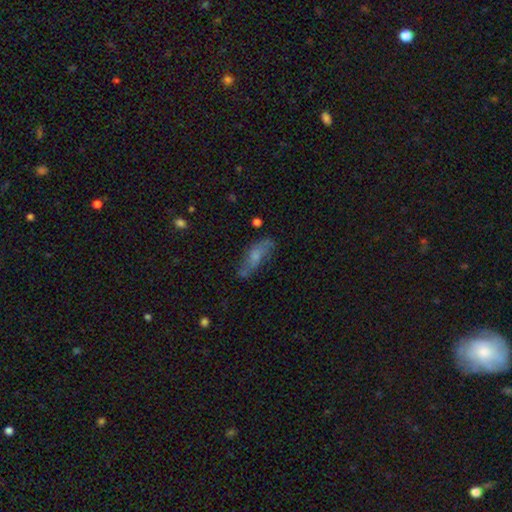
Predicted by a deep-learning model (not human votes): Overall: smooth (52%; featured or disk 39%). How rounded: in between (53%; cigar-shaped 43%). Merging: none (61%; minor disturbance 24%).